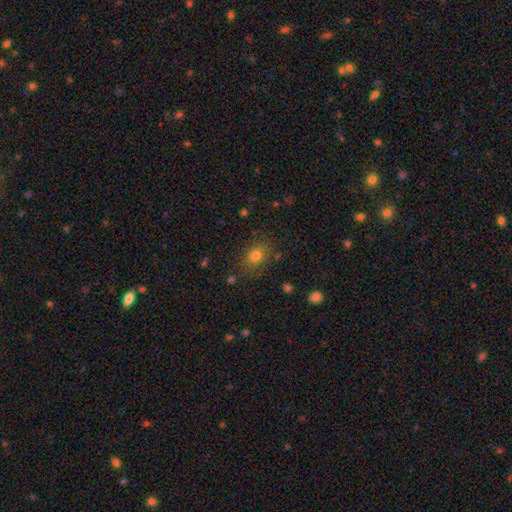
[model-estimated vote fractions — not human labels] This is likely a smooth galaxy (77%). How rounded: possibly in between (56%). Merging: clearly none (80%).